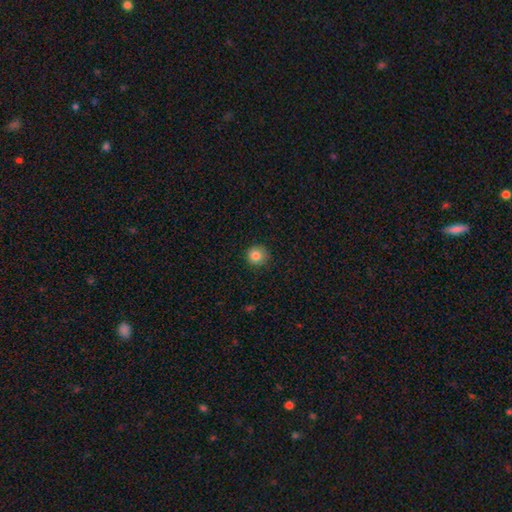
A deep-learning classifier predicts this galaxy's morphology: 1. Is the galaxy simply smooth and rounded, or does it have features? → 84% smooth, 10% star or artifact, 6% featured or disk.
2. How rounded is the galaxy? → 94% round, 5% in between, 1% cigar-shaped.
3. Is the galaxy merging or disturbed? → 87% none, 10% minor disturbance, 2% major disturbance, 1% merger.